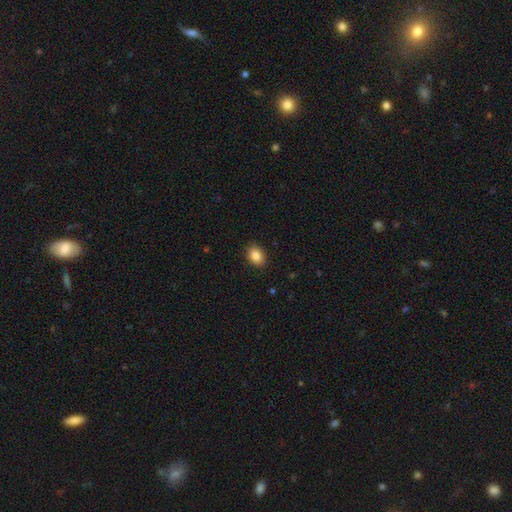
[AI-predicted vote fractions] This appears to be a smooth galaxy with no disk features (86%) that is in between round and cigar-shaped (70%). Merging: none (89%).